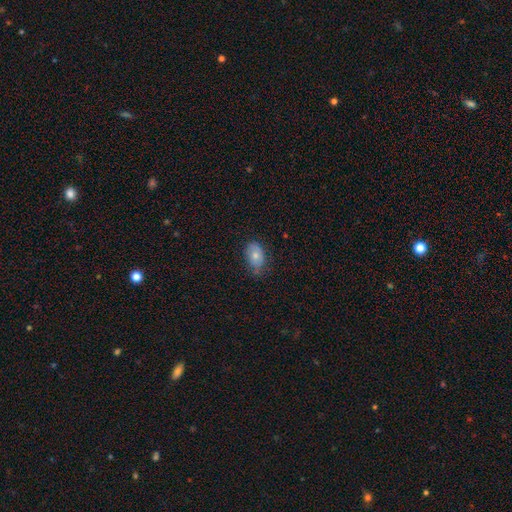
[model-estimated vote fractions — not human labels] This is likely a smooth galaxy (74%). How rounded: clearly in between (87%). Merging: possibly none (59%).